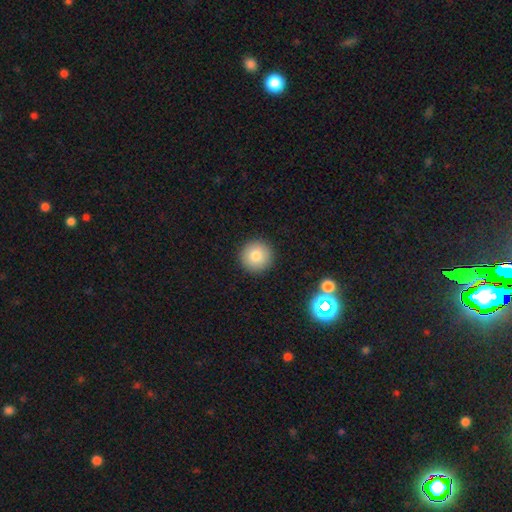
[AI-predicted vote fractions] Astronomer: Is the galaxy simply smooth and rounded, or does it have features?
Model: smooth — 79%.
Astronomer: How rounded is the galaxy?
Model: round — 96%.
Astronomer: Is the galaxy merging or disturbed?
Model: none — 92%.